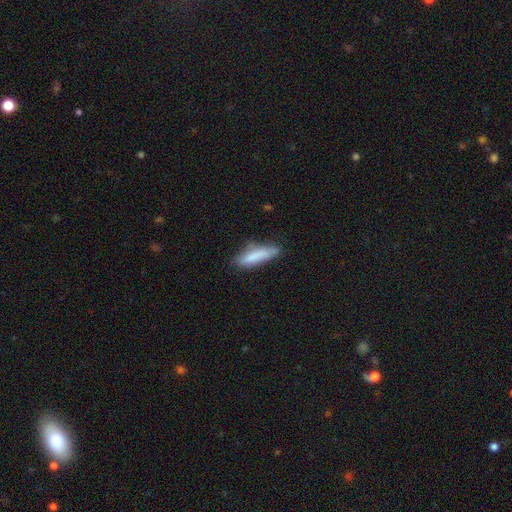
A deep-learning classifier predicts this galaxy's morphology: Smooth or featured? Predicted: smooth (p=0.80). How rounded? Predicted: cigar-shaped (p=0.70). Merging? Predicted: none (p=0.63).